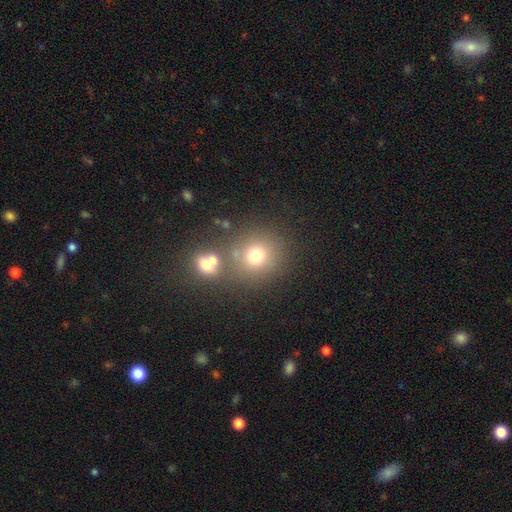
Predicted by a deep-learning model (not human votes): Smooth or featured? smooth (72%)
How rounded? round (86%)
Merging? none (66%)